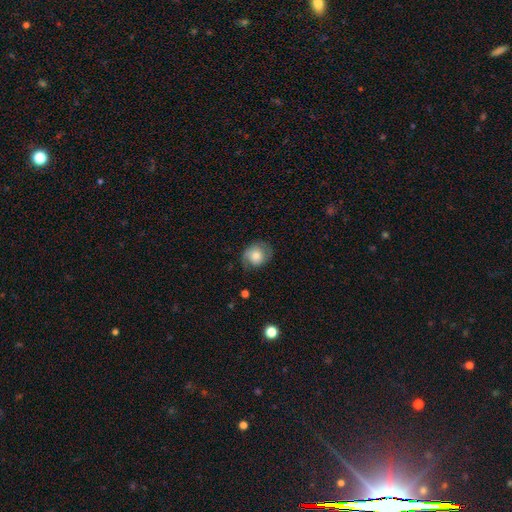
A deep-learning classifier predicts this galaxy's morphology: Q: Smooth or featured?
A: smooth (61%); runner-up: featured or disk (31%)
Q: How rounded?
A: round (67%); runner-up: in between (32%)
Q: Merging?
A: none (64%); runner-up: minor disturbance (24%)